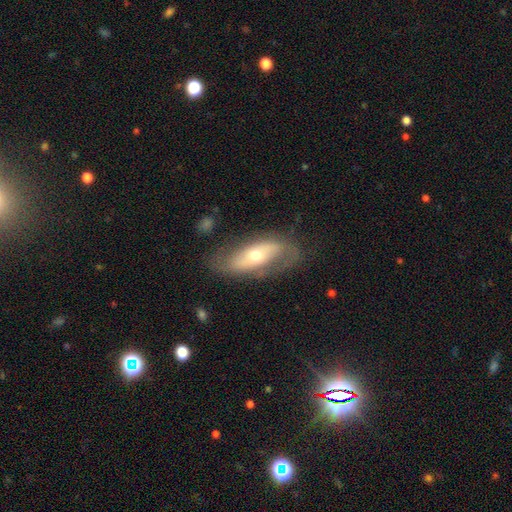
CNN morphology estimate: Smooth or featured? Predicted: featured or disk (p=0.65). Edge-on disk? Predicted: no (p=0.84). Bar? Predicted: no (p=0.53). Spiral arms? Predicted: yes (p=0.69). Bulge size? Predicted: moderate (p=0.64). Merging? Predicted: none (p=0.66).